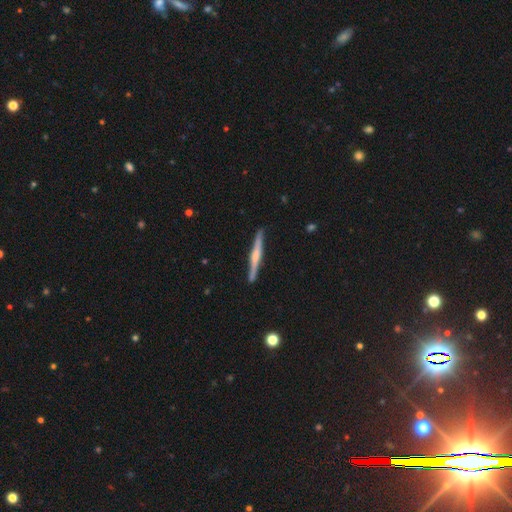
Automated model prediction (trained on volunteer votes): Smooth or featured? Predicted: featured or disk (p=0.66). Edge-on disk? Predicted: yes (p=0.98). Edge-on bulge? Predicted: rounded (p=0.56). Merging? Predicted: none (p=0.89).